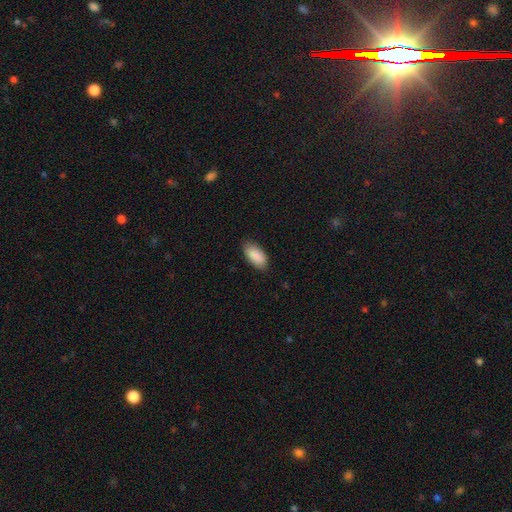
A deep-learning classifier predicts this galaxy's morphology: Overall: smooth (89%). How rounded: in between (92%). Merging: none (83%).